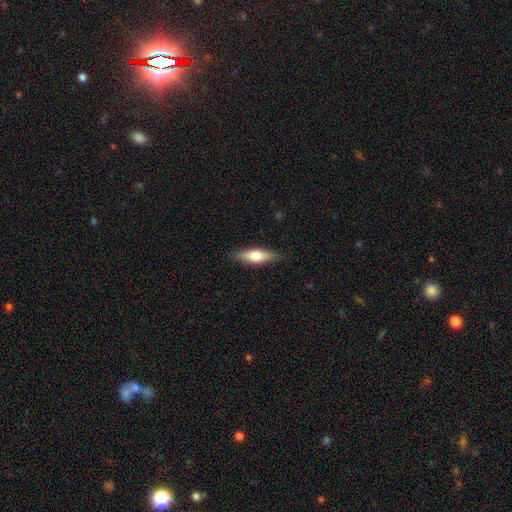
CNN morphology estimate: type=smooth (56%); roundness=cigar-shaped (53%); merging=none (87%).